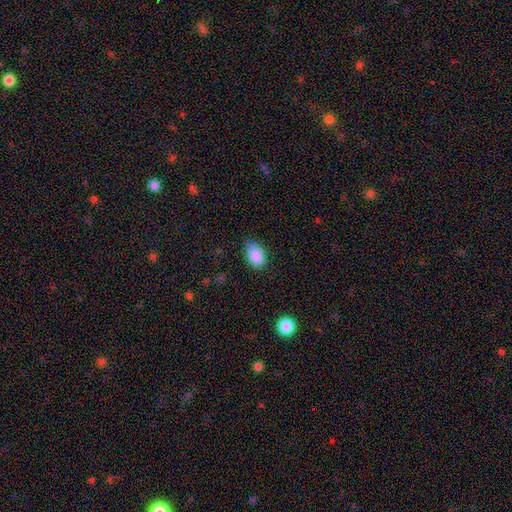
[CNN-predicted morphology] Smooth or featured: smooth — 88% (star or artifact — 8%)
How rounded: in between — 88% (round — 11%)
Merging: none — 69% (minor disturbance — 25%)